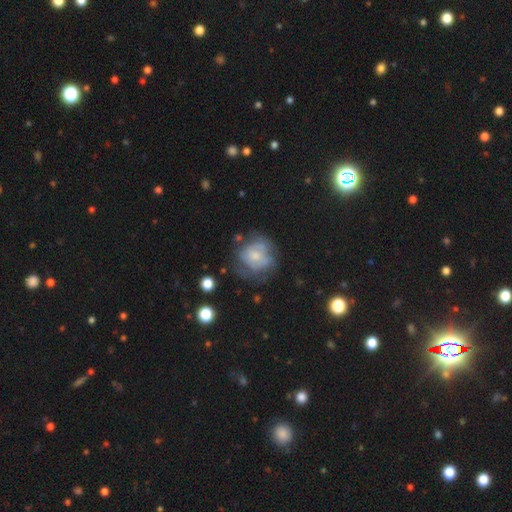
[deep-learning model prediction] This appears to be a featured or disk galaxy (53%) with no bar (74%), spiral arms (54%) and a moderate central bulge (40%). Merging: none (48%).